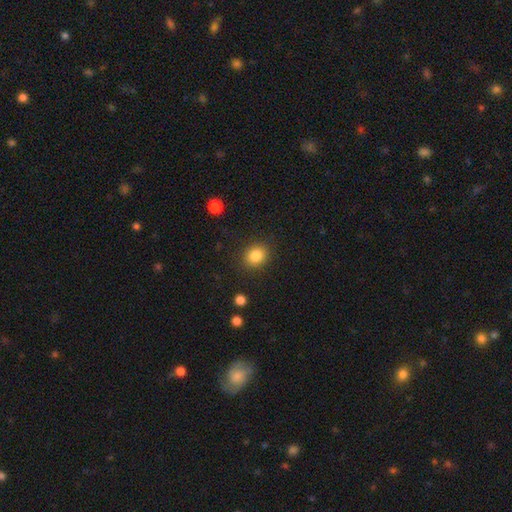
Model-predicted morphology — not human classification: Smooth or featured?
  - smooth: 84% *
  - star or artifact: 10%
  - featured or disk: 6%
How rounded?
  - round: 61% *
  - in between: 38%
  - cigar-shaped: 1%
Merging?
  - none: 87% *
  - minor disturbance: 8%
  - major disturbance: 3%
  - merger: 1%